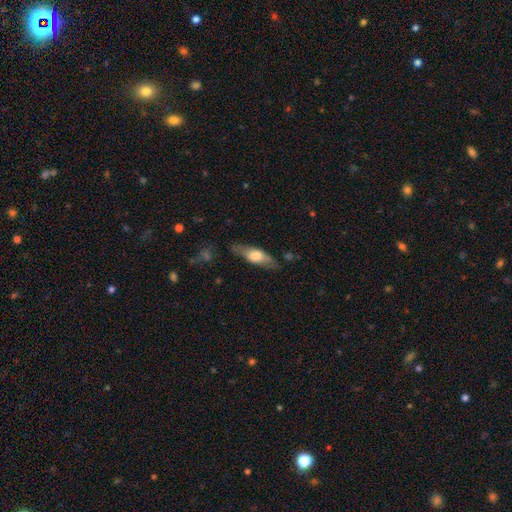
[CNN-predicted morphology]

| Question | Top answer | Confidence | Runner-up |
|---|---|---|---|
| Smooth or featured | smooth | 50% | featured or disk (44%) |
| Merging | none | 79% | minor disturbance (15%) |